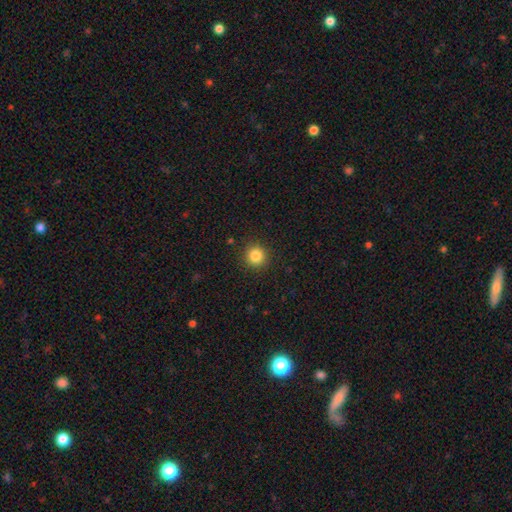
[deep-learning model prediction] This is clearly a smooth galaxy (84%). How rounded: clearly round (93%). Merging: clearly none (91%).